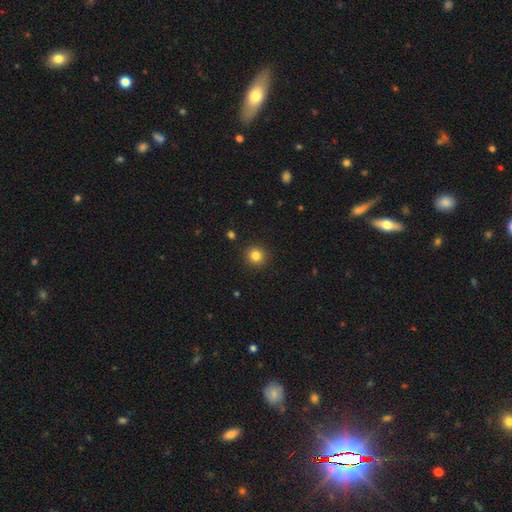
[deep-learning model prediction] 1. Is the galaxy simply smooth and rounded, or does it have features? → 83% smooth, 12% star or artifact, 5% featured or disk.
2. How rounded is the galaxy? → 93% round, 6% in between, 1% cigar-shaped.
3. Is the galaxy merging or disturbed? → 91% none, 5% minor disturbance, 2% major disturbance, 1% merger.